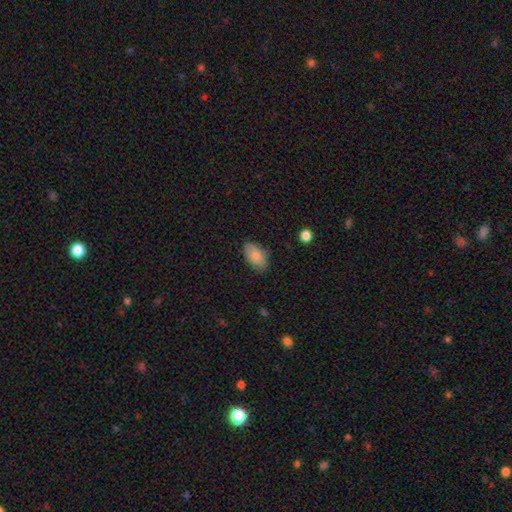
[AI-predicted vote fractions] This appears to be a smooth galaxy with no disk features (84%) that is in between round and cigar-shaped (93%). Merging: none (78%).